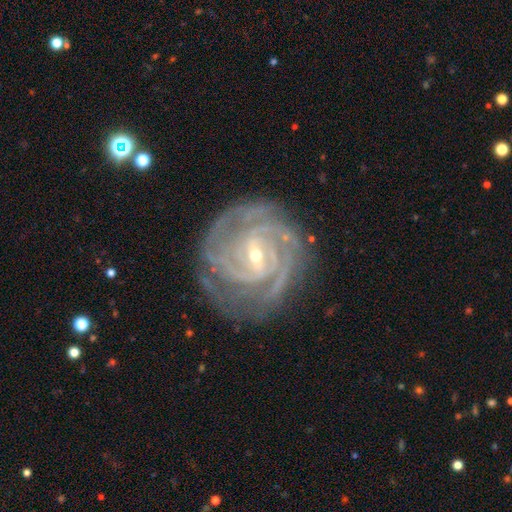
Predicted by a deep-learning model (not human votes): smooth-or-featured: featured or disk: 91% | star or artifact: 5% | smooth: 4%
  disk-edge-on: no: 97% | yes: 3%
    bar: weak: 48% | strong: 33% | no: 19%
    has-spiral-arms: yes: 98% | no: 2%
      spiral-winding: tight: 76% | medium: 22% | loose: 3%
      spiral-arm-count: 3: 27% | 4: 23% | 2: 18% | can't tell: 17% | more than 4: 8% | 1: 6%
    bulge-size: small: 69% | moderate: 29% | large: 1% | none: 1% | dominant: 1%
  merging: none: 77% | minor disturbance: 15% | major disturbance: 6% | merger: 1%